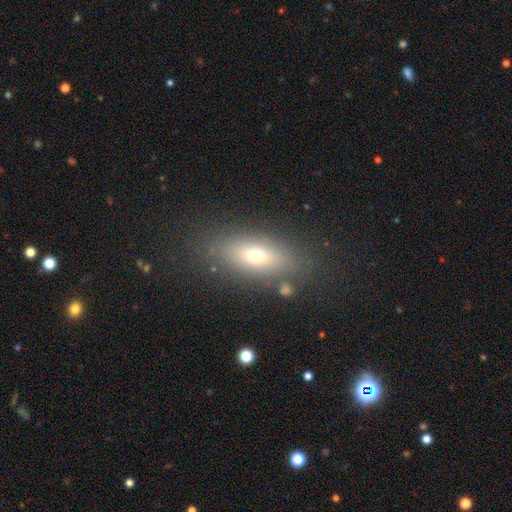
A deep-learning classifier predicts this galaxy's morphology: This is likely a smooth galaxy (63%). How rounded: likely in between (71%). Merging: clearly none (81%).